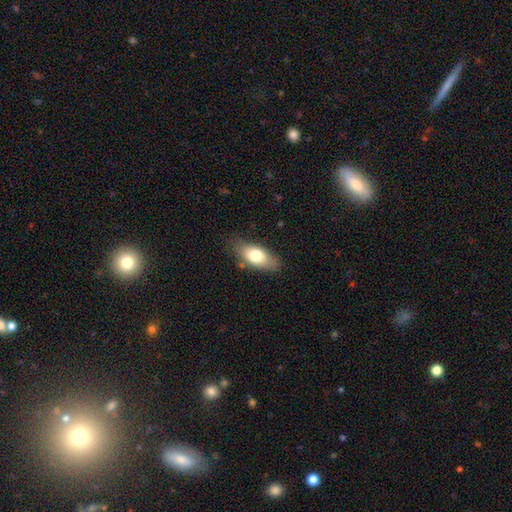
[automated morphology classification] type=smooth (73%); roundness=in between (85%); merging=none (77%).